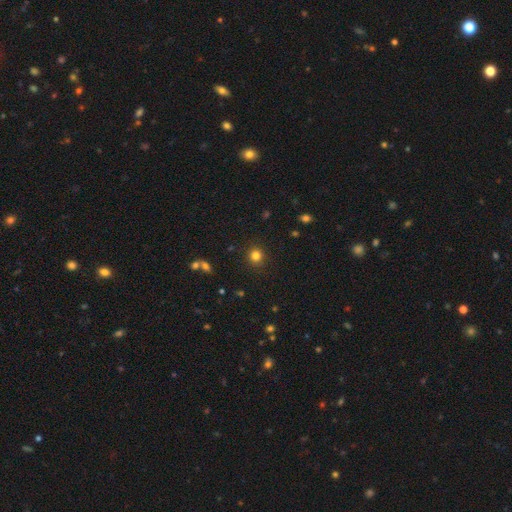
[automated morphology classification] Smooth or featured? Predicted: smooth (p=0.82). How rounded? Predicted: round (p=0.90). Merging? Predicted: none (p=0.90).